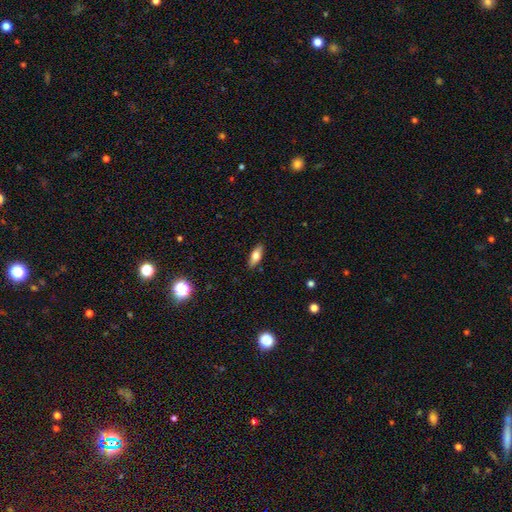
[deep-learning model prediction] Morphology: type=smooth (71%); roundness=in between (72%); merging=none (88%).